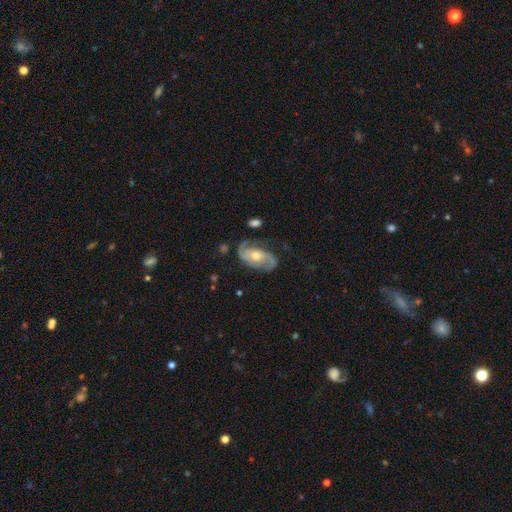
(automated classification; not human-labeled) featured or disk 87%, smooth 8%, star or artifact 5%. Down the decision tree: edge-on disk — no (96%); bar — no (60%); spiral arms — yes (96%); spiral arm count — 2 (89%); spiral winding — medium (47%); bulge size — moderate (69%); merging — none (73%).